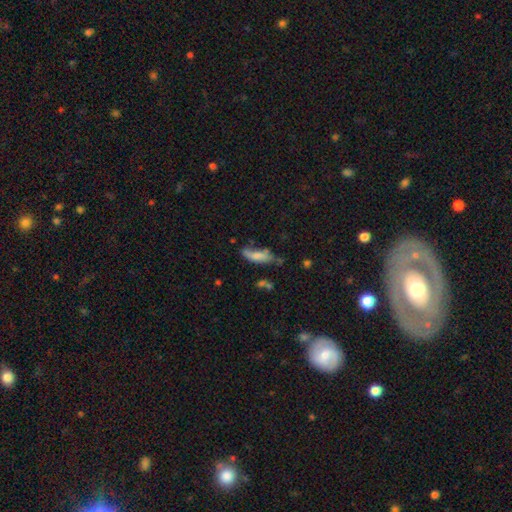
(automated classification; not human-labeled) A smooth galaxy with no disk features (64%) that is in between round and cigar-shaped (54%).

Vote fractions:
- Smooth or featured? smooth: 64% / featured or disk: 27% / star or artifact: 9%
- How rounded? in between: 54% / cigar-shaped: 44% / round: 2%
- Merging? none: 43% / minor disturbance: 31% / major disturbance: 16% / merger: 11%